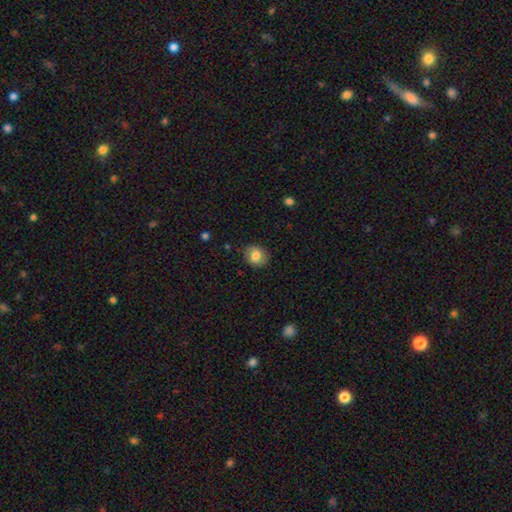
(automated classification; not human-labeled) smooth_or_featured: smooth (p=0.80) [alt: featured or disk p=0.11]
how_rounded: round (p=0.70) [alt: in between p=0.29]
merging: none (p=0.84) [alt: minor disturbance p=0.12]